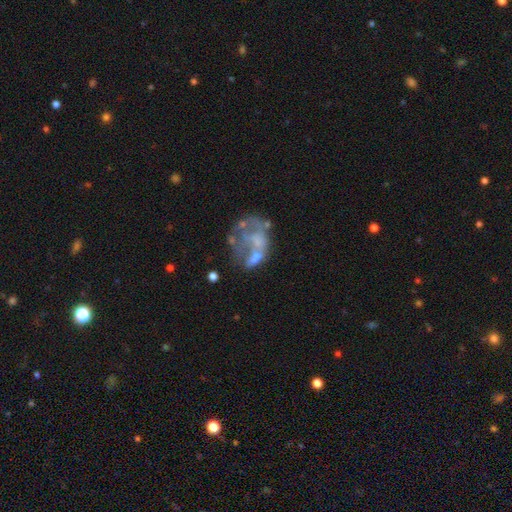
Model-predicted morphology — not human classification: Smooth or featured? Predicted: featured or disk (p=0.61). Edge-on disk? Predicted: no (p=0.98). Bar? Predicted: no (p=0.90). Spiral arms? Predicted: no (p=0.91). Bulge size? Predicted: none (p=0.68). Merging? Predicted: major disturbance (p=0.31).